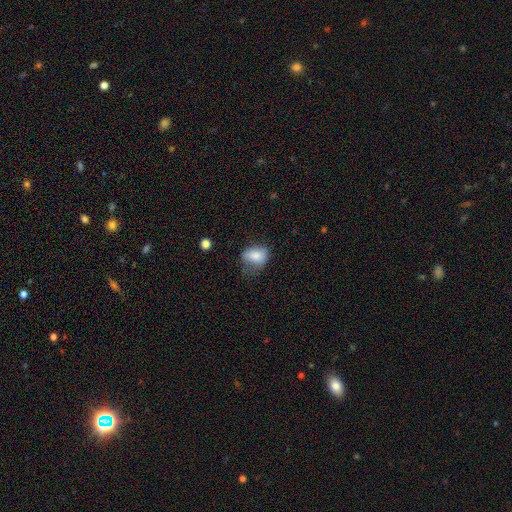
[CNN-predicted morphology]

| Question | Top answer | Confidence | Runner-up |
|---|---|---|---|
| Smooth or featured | smooth | 81% | featured or disk (11%) |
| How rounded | in between | 74% | round (25%) |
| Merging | none | 43% | minor disturbance (35%) |